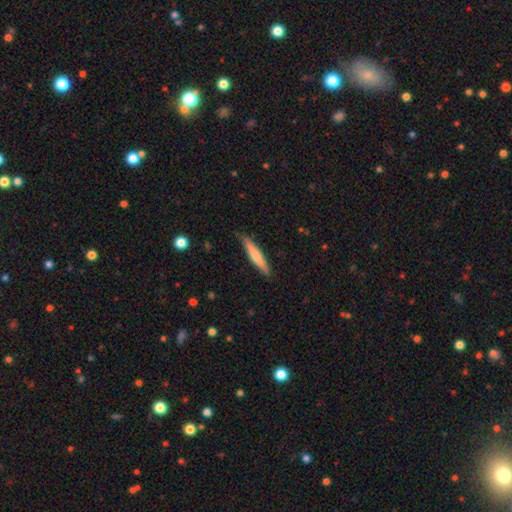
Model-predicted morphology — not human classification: A smooth galaxy with no disk features (63%) that is cigar-shaped (91%). Merging: none (83%).